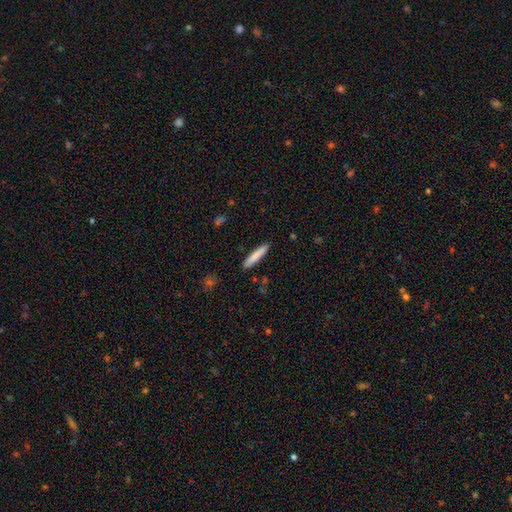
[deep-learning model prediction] Smooth or featured? smooth (81%)
How rounded? cigar-shaped (91%)
Merging? none (90%)